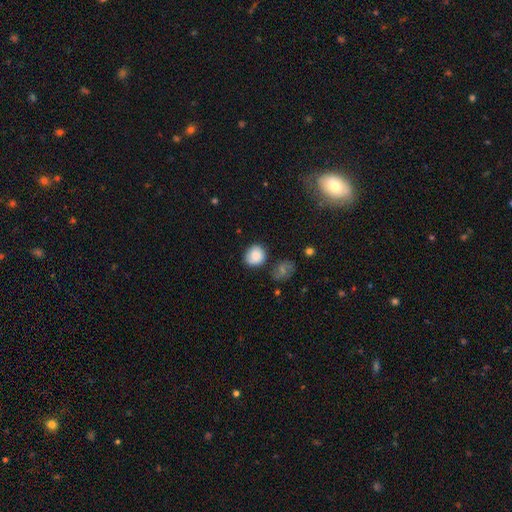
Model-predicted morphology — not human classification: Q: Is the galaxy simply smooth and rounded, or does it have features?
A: smooth — 82%.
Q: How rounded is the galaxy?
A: round — 77%.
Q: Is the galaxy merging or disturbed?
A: none — 72%.